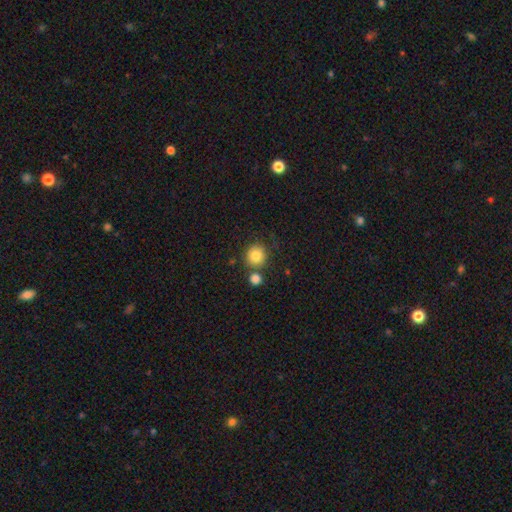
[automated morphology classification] The model was most divided on "merging": none: 69%, merger: 17%, minor disturbance: 11%, major disturbance: 4%. More confident: how rounded — round (89%); smooth or featured — smooth (83%).